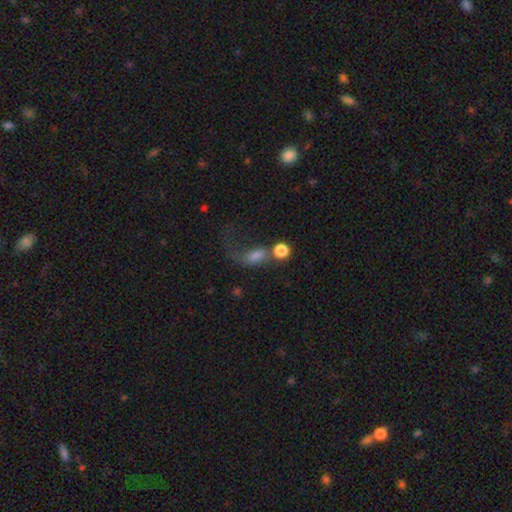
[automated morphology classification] Smooth or featured? Predicted: smooth (p=0.58). How rounded? Predicted: in between (p=0.62). Merging? Predicted: major disturbance (p=0.38).